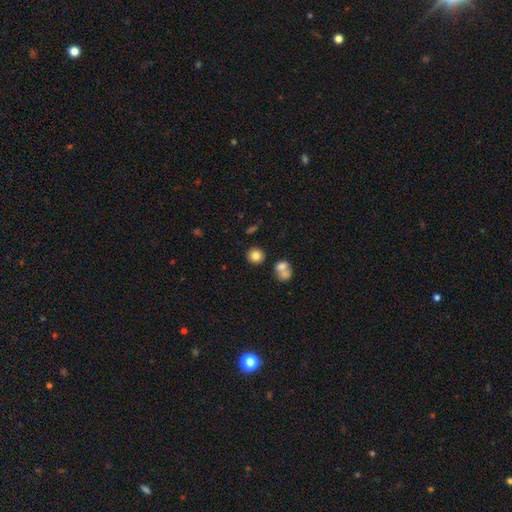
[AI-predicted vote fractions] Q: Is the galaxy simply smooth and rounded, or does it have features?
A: smooth — 81%.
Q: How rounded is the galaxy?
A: round — 88%.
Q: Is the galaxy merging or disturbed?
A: none — 79%.